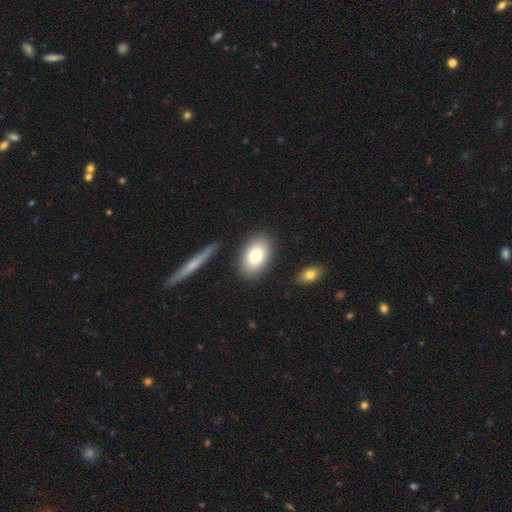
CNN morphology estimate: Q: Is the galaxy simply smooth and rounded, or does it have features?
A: smooth — 76%.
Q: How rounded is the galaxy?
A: in between — 85%.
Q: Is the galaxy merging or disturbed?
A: none — 85%.